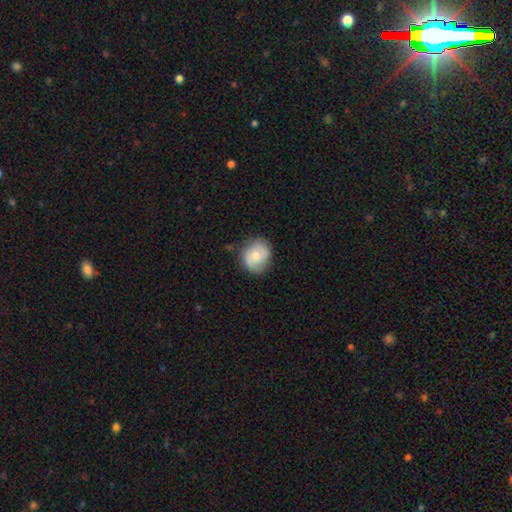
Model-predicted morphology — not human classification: A smooth galaxy with no disk features (55%) that is round (71%).

Vote fractions:
- Smooth or featured? smooth: 55% / featured or disk: 38% / star or artifact: 7%
- How rounded? round: 71% / in between: 28% / cigar-shaped: 1%
- Merging? none: 76% / minor disturbance: 18% / major disturbance: 5% / merger: 1%